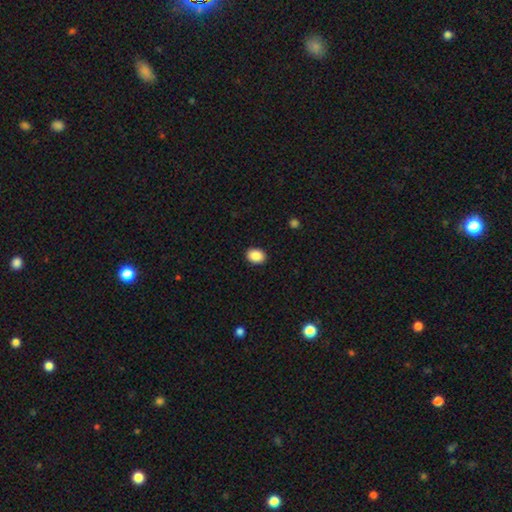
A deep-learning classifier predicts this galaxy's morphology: Overall: smooth (89%). How rounded: in between (66%; round 33%). Merging: none (90%).